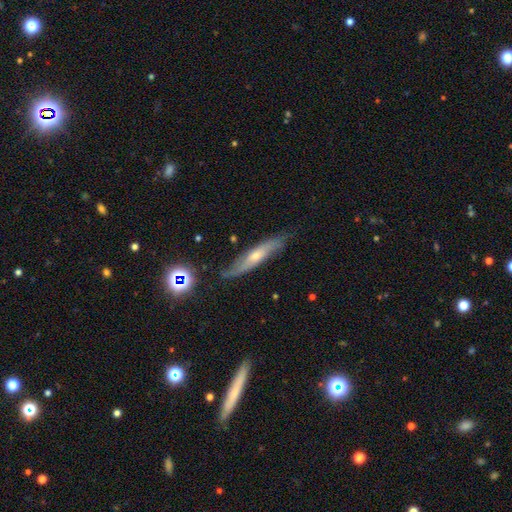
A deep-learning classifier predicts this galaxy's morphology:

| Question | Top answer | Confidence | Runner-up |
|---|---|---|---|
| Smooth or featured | featured or disk | 58% | smooth (33%) |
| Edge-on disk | yes | 63% | no (37%) |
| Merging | none | 75% | minor disturbance (19%) |